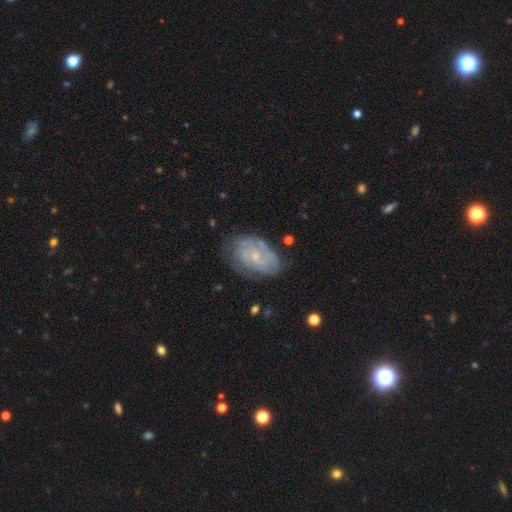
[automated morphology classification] Smooth or featured: featured or disk — 76% (smooth — 17%)
Edge-on disk: no — 97% (yes — 3%)
Bar: no — 67% (weak — 29%)
Spiral arms: yes — 87% (no — 13%)
Spiral winding: tight — 59% (medium — 32%)
Spiral arm count: can't tell — 42% (2 — 30%)
Bulge size: small — 72% (moderate — 21%)
Merging: none — 66% (minor disturbance — 23%)